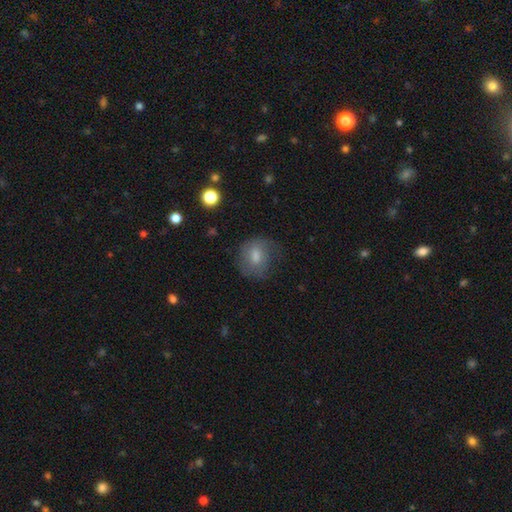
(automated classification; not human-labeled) Morphology: type=smooth (63%); roundness=round (70%); merging=none (65%).